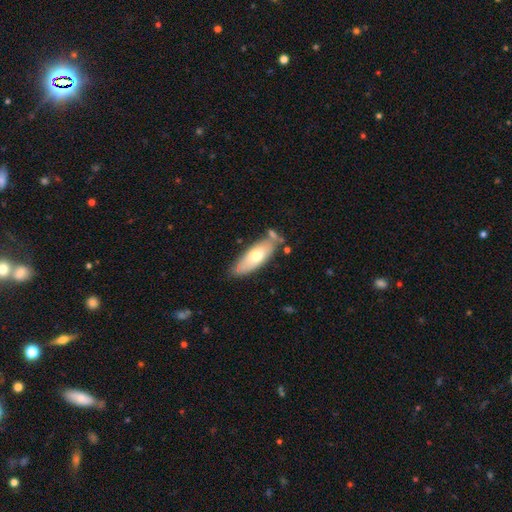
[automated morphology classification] This is likely a smooth galaxy (64%). How rounded: likely in between (64%). Merging: likely none (69%).